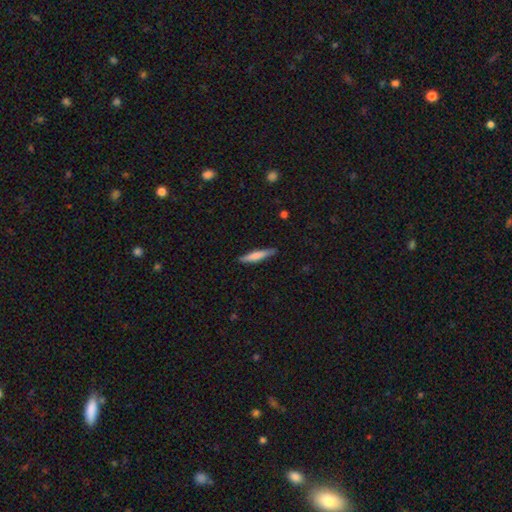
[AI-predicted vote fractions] Overall: smooth (66%; featured or disk 28%). How rounded: cigar-shaped (90%). Merging: none (87%).